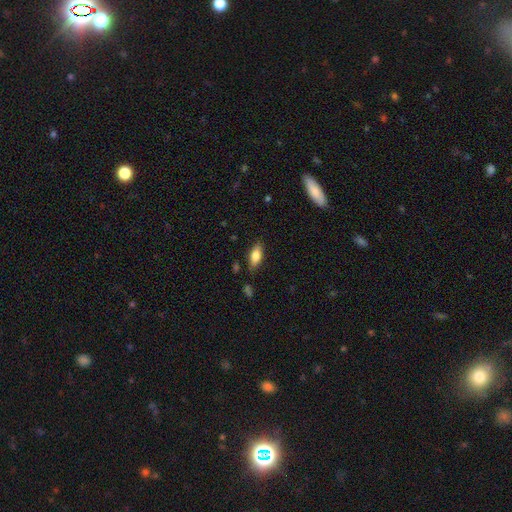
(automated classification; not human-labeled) A smooth galaxy with no disk features (75%) that is in between round and cigar-shaped (80%).

Vote fractions:
- Smooth or featured? smooth: 75% / featured or disk: 18% / star or artifact: 7%
- How rounded? in between: 80% / cigar-shaped: 17% / round: 3%
- Merging? none: 82% / minor disturbance: 13% / major disturbance: 3% / merger: 2%